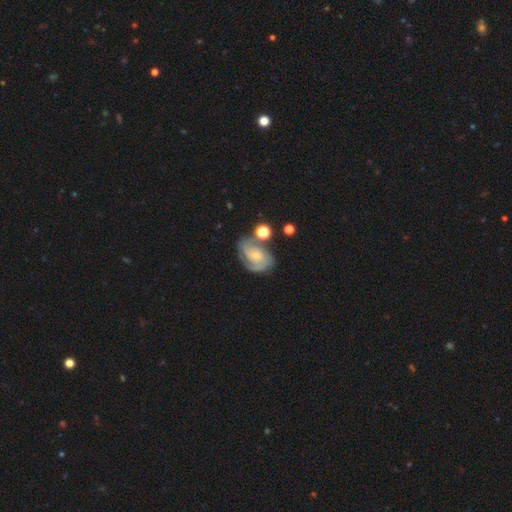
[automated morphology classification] A featured or disk galaxy (78%) with no bar (64%), 2 (37%) tight (50%) spiral arms (93%) and a small central bulge (69%).

Vote fractions:
- Smooth or featured? featured or disk: 78% / smooth: 15% / star or artifact: 7%
- Edge-on disk? no: 97% / yes: 3%
- Bar? no: 64% / weak: 30% / strong: 6%
- Spiral arms? yes: 93% / no: 7%
- Spiral winding? tight: 50% / medium: 39% / loose: 11%
- Spiral arm count? 2: 37% / 3: 25% / can't tell: 24% / 1: 6% / 4: 5% / more than 4: 4%
- Bulge size? small: 69% / moderate: 25% / none: 3% / large: 2% / dominant: 1%
- Merging? none: 55% / minor disturbance: 22% / major disturbance: 12% / merger: 11%